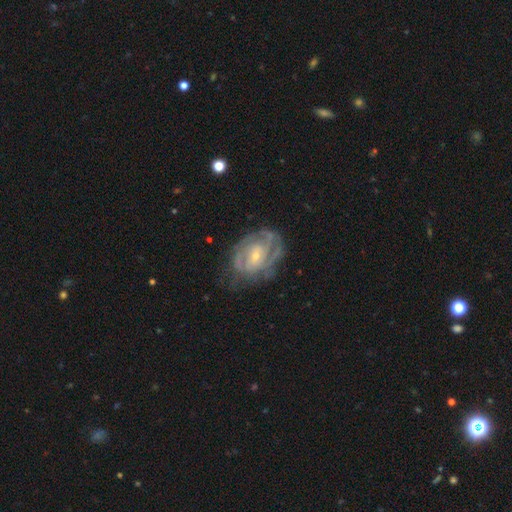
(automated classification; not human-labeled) smooth-or-featured: featured or disk: 81% | smooth: 12% | star or artifact: 6%
  disk-edge-on: no: 97% | yes: 3%
    bar: no: 58% | weak: 33% | strong: 9%
    has-spiral-arms: yes: 84% | no: 16%
      spiral-winding: tight: 60% | medium: 31% | loose: 9%
      spiral-arm-count: can't tell: 42% | 2: 30% | 3: 13% | 4: 6% | 1: 5% | more than 4: 4%
    bulge-size: small: 69% | moderate: 27% | none: 2% | large: 1% | dominant: 1%
  merging: none: 64% | minor disturbance: 22% | major disturbance: 13% | merger: 2%